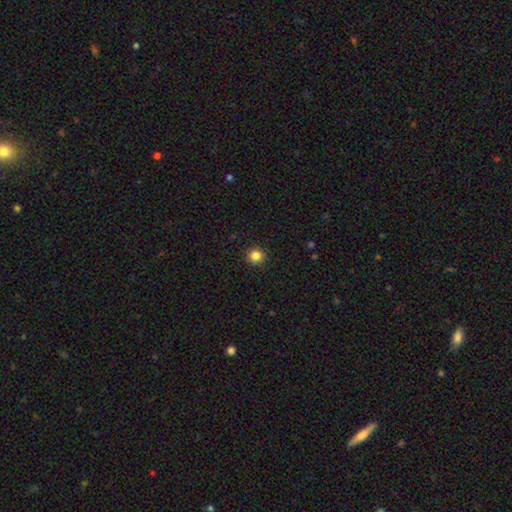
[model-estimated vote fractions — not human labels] Smooth or featured? smooth (85%)
How rounded? round (94%)
Merging? none (92%)